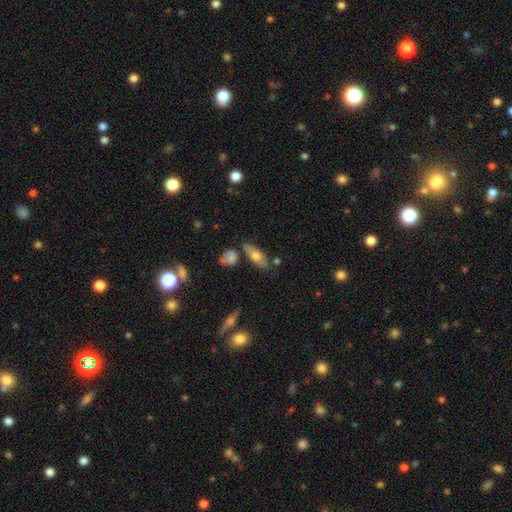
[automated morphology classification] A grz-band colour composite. It shows a smooth galaxy with no disk features (63%) that is in between round and cigar-shaped (73%). Merging: none (71%).